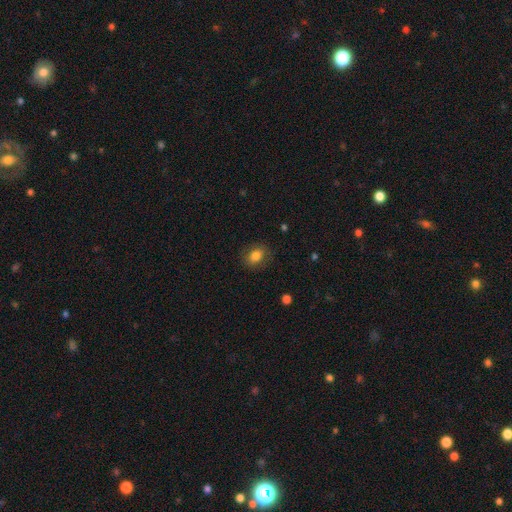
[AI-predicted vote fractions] smooth-or-featured: smooth: 80% | featured or disk: 10% | star or artifact: 9%
  how-rounded: in between: 66% | round: 33% | cigar-shaped: 2%
  merging: none: 84% | minor disturbance: 11% | major disturbance: 4% | merger: 1%